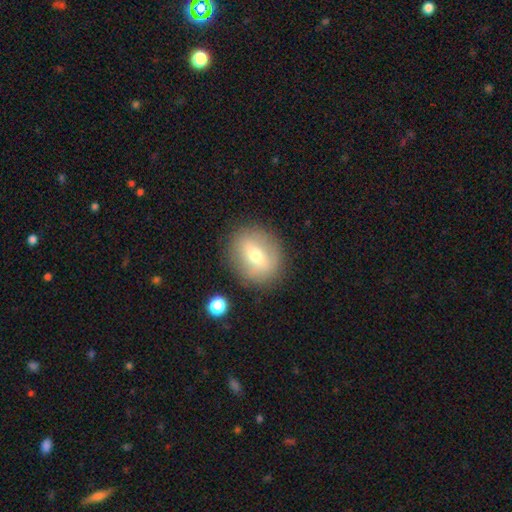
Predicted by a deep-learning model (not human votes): Q: Smooth or featured?
A: smooth (53%); runner-up: featured or disk (38%)
Q: How rounded?
A: round (66%); runner-up: in between (32%)
Q: Merging?
A: none (84%); runner-up: minor disturbance (10%)